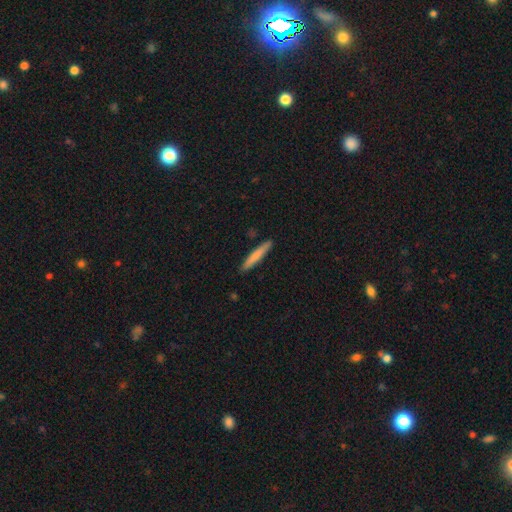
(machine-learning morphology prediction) A smooth galaxy with no disk features (75%) that is cigar-shaped (95%). Merging: none (89%).